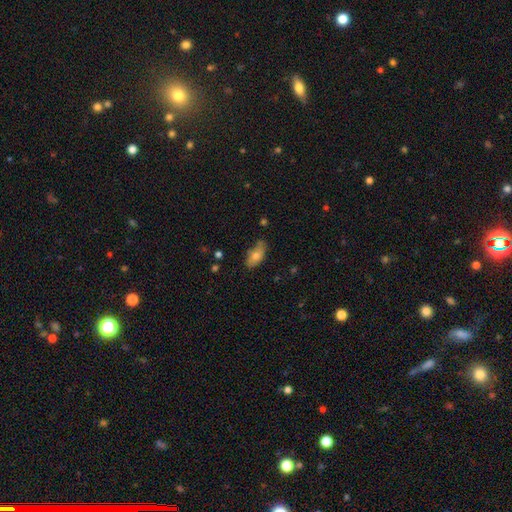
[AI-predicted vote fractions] smooth_or_featured: smooth (p=0.72) [alt: featured or disk p=0.20]
how_rounded: in between (p=0.87) [alt: cigar-shaped p=0.09]
merging: none (p=0.61) [alt: minor disturbance p=0.30]